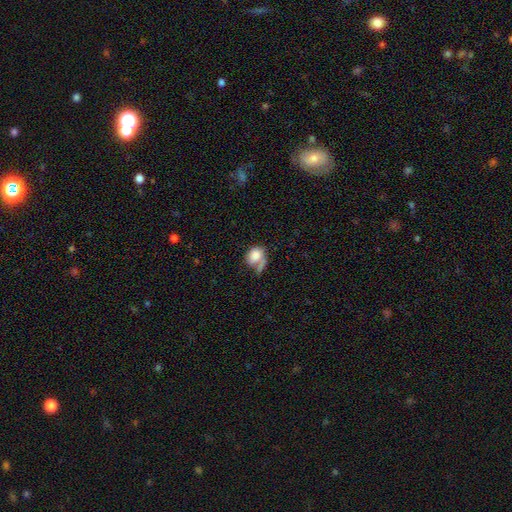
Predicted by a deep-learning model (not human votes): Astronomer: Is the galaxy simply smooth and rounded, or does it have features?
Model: smooth — 76%.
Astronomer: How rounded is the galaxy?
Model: in between — 51% (runner-up: round, 47%).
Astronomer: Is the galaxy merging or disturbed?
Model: none — 40% (runner-up: merger, 24%).